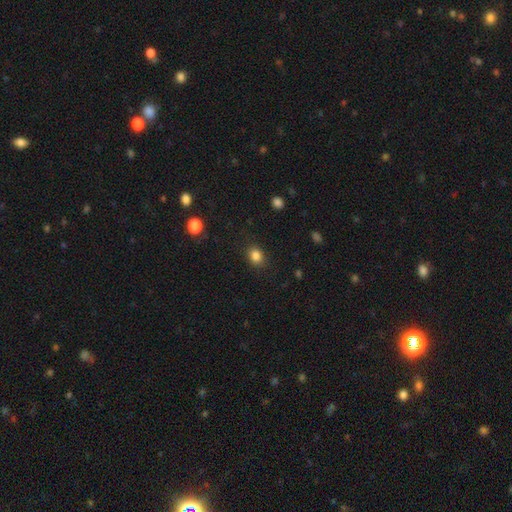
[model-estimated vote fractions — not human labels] Smooth or featured?
  - smooth: 84% *
  - star or artifact: 11%
  - featured or disk: 4%
How rounded?
  - round: 57% *
  - in between: 42%
  - cigar-shaped: 1%
Merging?
  - none: 86% *
  - minor disturbance: 10%
  - major disturbance: 3%
  - merger: 1%